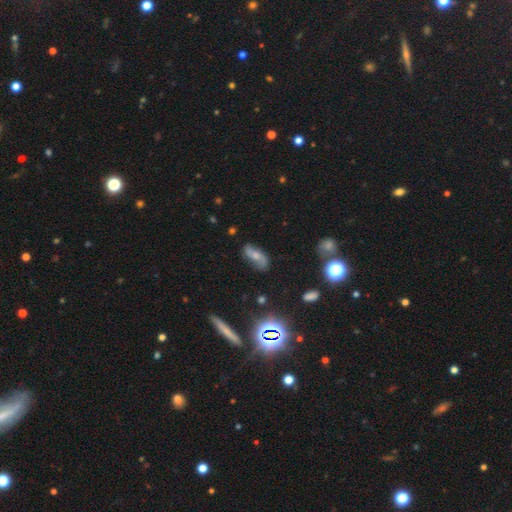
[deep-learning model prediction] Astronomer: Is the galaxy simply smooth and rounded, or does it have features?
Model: featured or disk — 54% (runner-up: smooth, 34%).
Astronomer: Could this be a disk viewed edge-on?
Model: no — 89%.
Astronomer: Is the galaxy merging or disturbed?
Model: none — 68%.